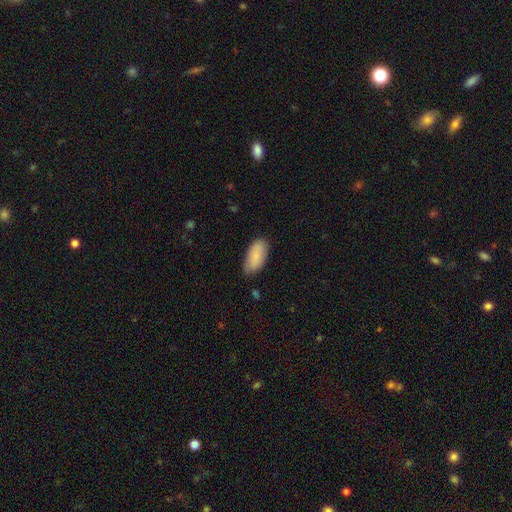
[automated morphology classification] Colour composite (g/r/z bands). It shows a smooth galaxy with no disk features (86%) that is in between round and cigar-shaped (91%). Merging: none (79%).